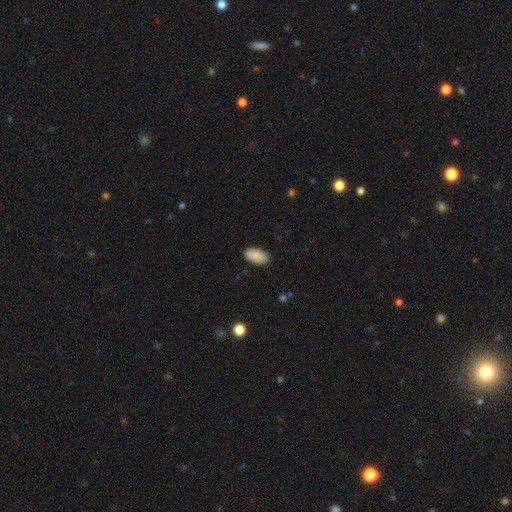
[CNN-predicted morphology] Smooth or featured? Predicted: smooth (p=0.88). How rounded? Predicted: in between (p=0.95). Merging? Predicted: none (p=0.86).